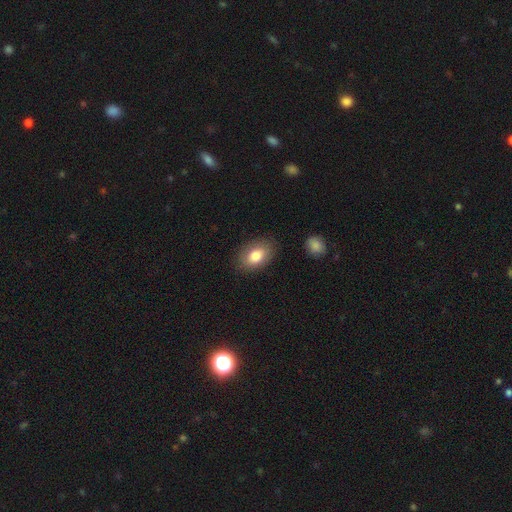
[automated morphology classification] smooth_or_featured: smooth (p=0.81) [alt: featured or disk p=0.12]
how_rounded: in between (p=0.84) [alt: round p=0.15]
merging: none (p=0.85) [alt: minor disturbance p=0.11]